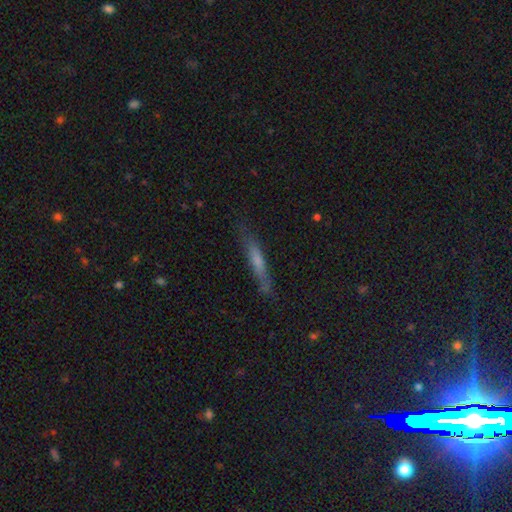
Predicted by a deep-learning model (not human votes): featured or disk 45%, smooth 44%, star or artifact 11%. Down the decision tree: merging — none (80%).